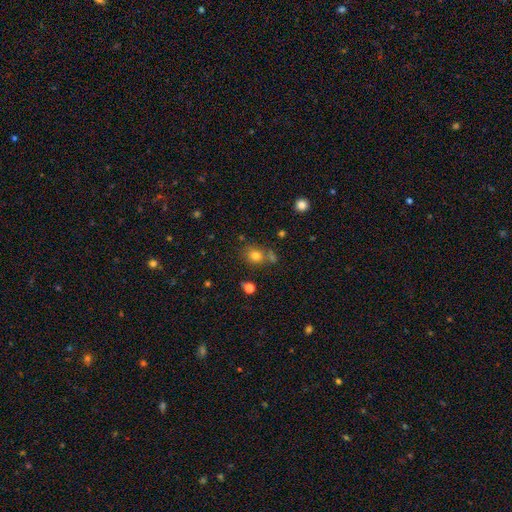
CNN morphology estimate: smooth_or_featured: smooth (p=0.77) [alt: star or artifact p=0.14]
how_rounded: round (p=0.65) [alt: in between p=0.34]
merging: none (p=0.64) [alt: merger p=0.18]